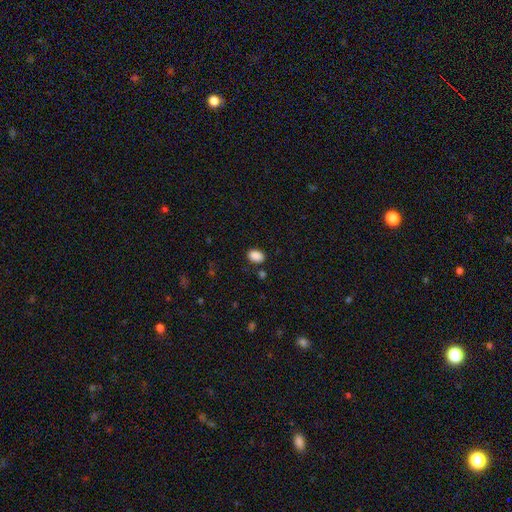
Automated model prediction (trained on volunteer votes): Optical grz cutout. It shows a smooth galaxy with no disk features (89%) that is in between round and cigar-shaped (80%). Merging: none (85%).